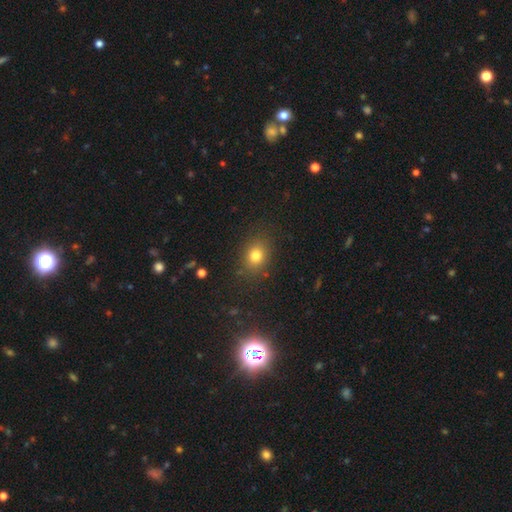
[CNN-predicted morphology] Smooth or featured? Predicted: smooth (p=0.78). How rounded? Predicted: round (p=0.53). Merging? Predicted: none (p=0.84).